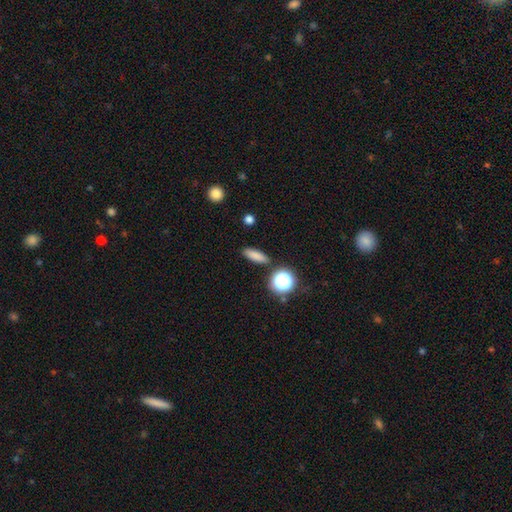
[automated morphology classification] Overall: smooth (82%). How rounded: cigar-shaped (48%; in between 41%). Merging: none (88%).